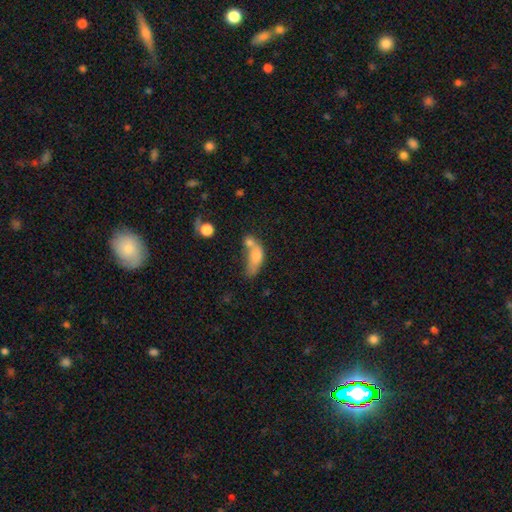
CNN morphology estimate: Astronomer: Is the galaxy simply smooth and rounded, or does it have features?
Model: smooth — 71%.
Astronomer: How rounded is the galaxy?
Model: in between — 75%.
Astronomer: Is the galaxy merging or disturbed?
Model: merger — 48%.